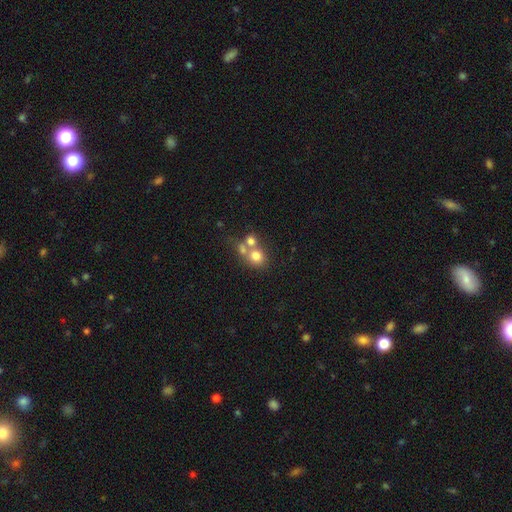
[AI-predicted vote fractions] smooth-or-featured: smooth: 71% | featured or disk: 16% | star or artifact: 13%
  how-rounded: round: 79% | in between: 20% | cigar-shaped: 1%
  merging: merger: 50% | none: 39% | minor disturbance: 7% | major disturbance: 4%